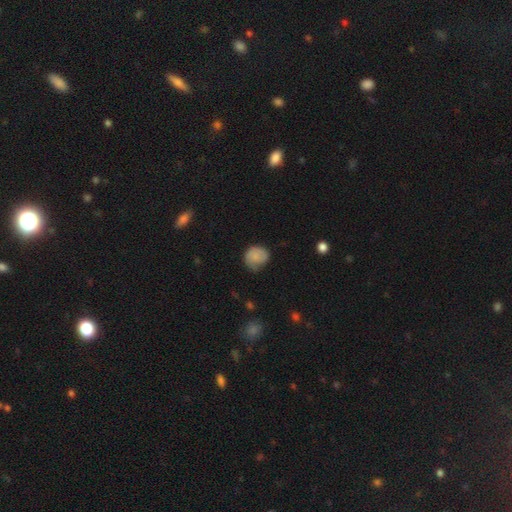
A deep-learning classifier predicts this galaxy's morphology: Smooth or featured?
  - smooth: 73% *
  - featured or disk: 19%
  - star or artifact: 8%
How rounded?
  - round: 77% *
  - in between: 22%
  - cigar-shaped: 1%
Merging?
  - none: 57% *
  - minor disturbance: 32%
  - major disturbance: 9%
  - merger: 1%